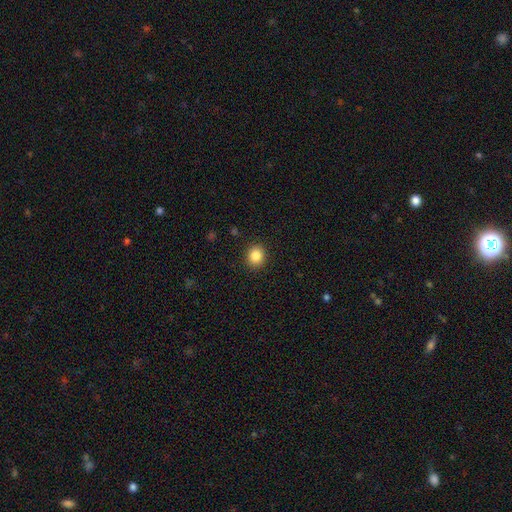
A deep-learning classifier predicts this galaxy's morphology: This is clearly a smooth galaxy (85%). How rounded: likely round (78%). Merging: clearly none (91%).